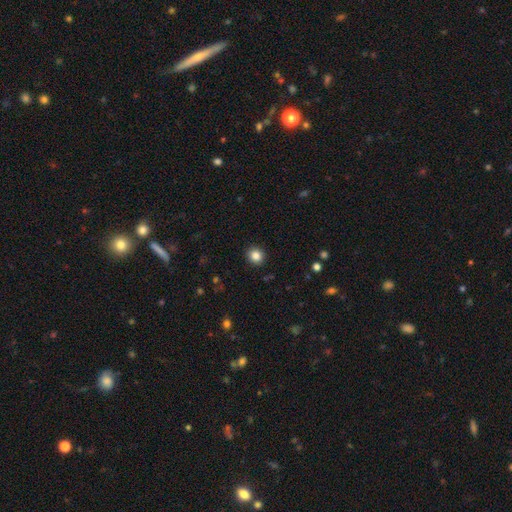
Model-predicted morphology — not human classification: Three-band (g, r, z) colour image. It shows a smooth galaxy with no disk features (85%) that is round (83%). Merging: none (91%).